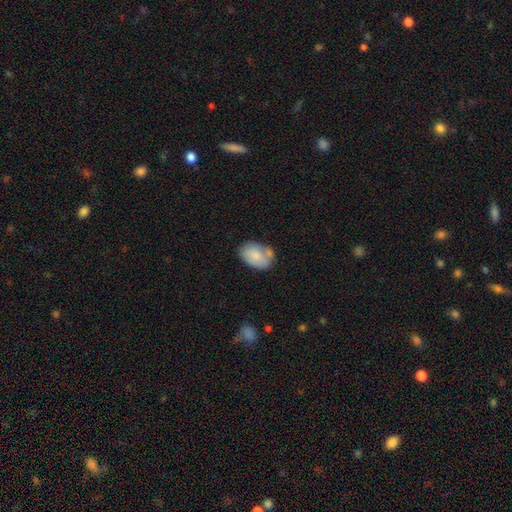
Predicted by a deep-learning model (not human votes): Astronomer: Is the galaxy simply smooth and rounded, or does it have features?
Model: smooth — 77%.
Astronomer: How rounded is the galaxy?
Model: in between — 87%.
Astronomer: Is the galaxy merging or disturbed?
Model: none — 53%.